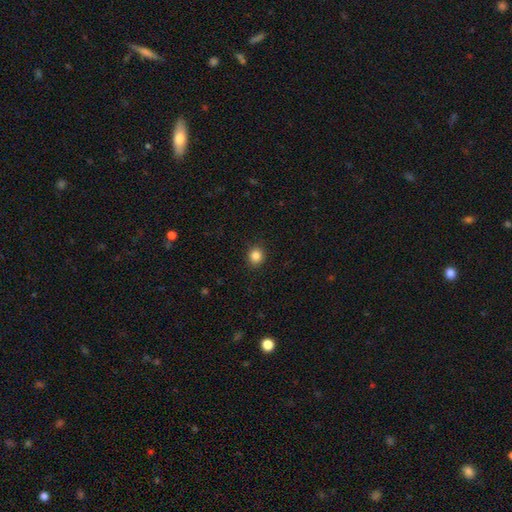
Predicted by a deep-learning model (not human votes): Smooth or featured?
  - smooth: 85% *
  - star or artifact: 11%
  - featured or disk: 4%
How rounded?
  - round: 85% *
  - in between: 14%
  - cigar-shaped: 1%
Merging?
  - none: 91% *
  - minor disturbance: 6%
  - major disturbance: 2%
  - merger: 1%